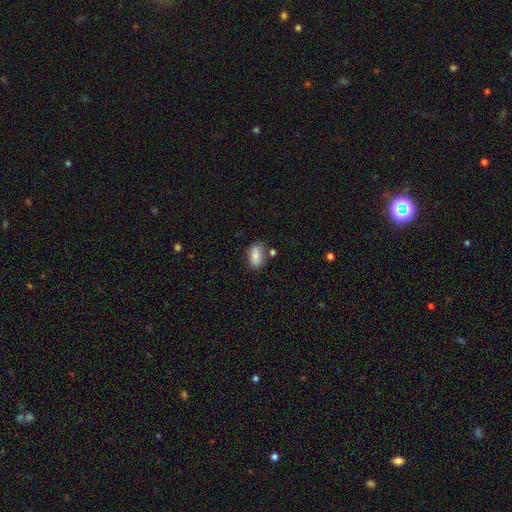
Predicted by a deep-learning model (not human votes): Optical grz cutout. It shows a smooth galaxy with no disk features (80%) that is in between round and cigar-shaped (87%). Merging: none (69%).